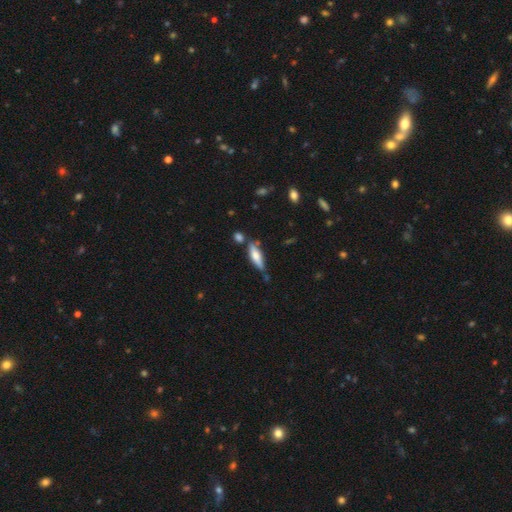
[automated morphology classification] The model was most divided on "smooth or featured": smooth: 54%, featured or disk: 39%, star or artifact: 6%. More confident: merging — none (65%); how rounded — cigar-shaped (59%).